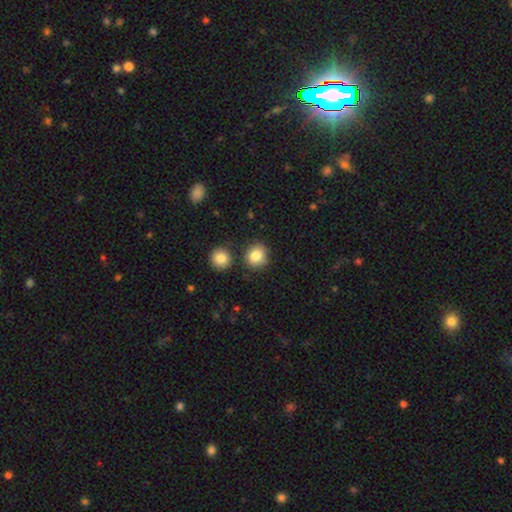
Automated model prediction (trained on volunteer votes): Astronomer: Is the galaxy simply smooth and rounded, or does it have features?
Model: smooth — 84%.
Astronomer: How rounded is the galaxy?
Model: round — 81%.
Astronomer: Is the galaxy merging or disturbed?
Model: none — 79%.